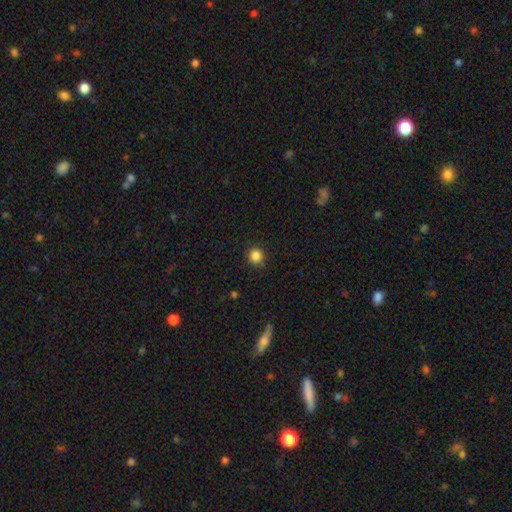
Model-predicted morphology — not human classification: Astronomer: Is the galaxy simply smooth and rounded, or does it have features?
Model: smooth — 85%.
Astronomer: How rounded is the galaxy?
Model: round — 95%.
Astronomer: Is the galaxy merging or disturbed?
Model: none — 90%.